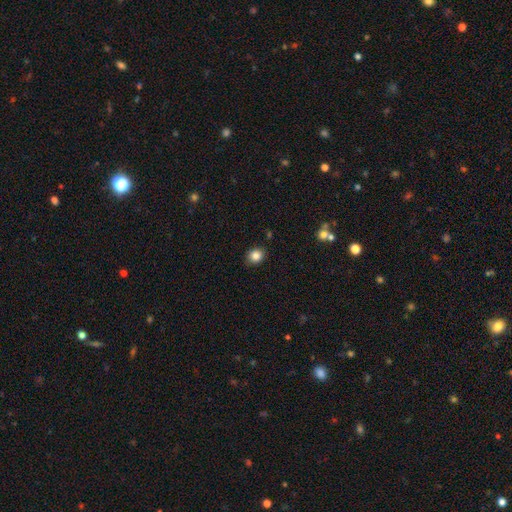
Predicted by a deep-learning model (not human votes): Smooth or featured: smooth — 85% (star or artifact — 10%)
How rounded: round — 64% (in between — 36%)
Merging: none — 86% (minor disturbance — 10%)